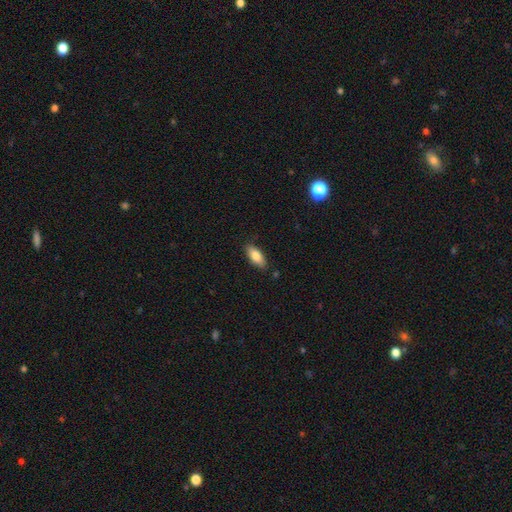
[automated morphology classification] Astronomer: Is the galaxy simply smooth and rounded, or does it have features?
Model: smooth — 80%.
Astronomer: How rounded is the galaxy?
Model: in between — 80%.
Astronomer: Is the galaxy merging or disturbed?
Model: none — 82%.